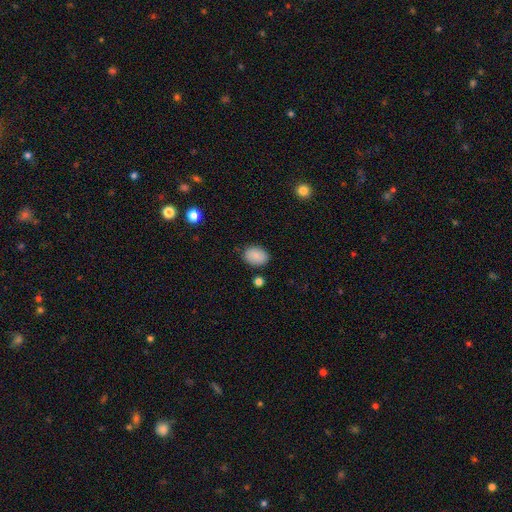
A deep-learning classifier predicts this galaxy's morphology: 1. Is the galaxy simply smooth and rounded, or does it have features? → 86% smooth, 8% star or artifact, 6% featured or disk.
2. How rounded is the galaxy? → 74% in between, 25% round, 1% cigar-shaped.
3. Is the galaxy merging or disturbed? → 82% none, 13% minor disturbance, 3% major disturbance, 3% merger.